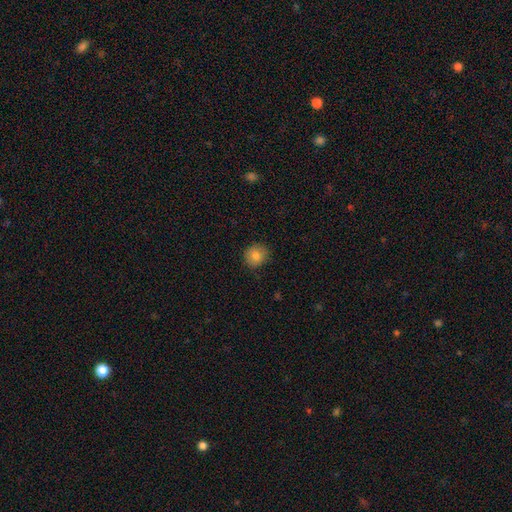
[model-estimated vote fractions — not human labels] Smooth or featured? Predicted: smooth (p=0.81). How rounded? Predicted: round (p=0.86). Merging? Predicted: none (p=0.86).